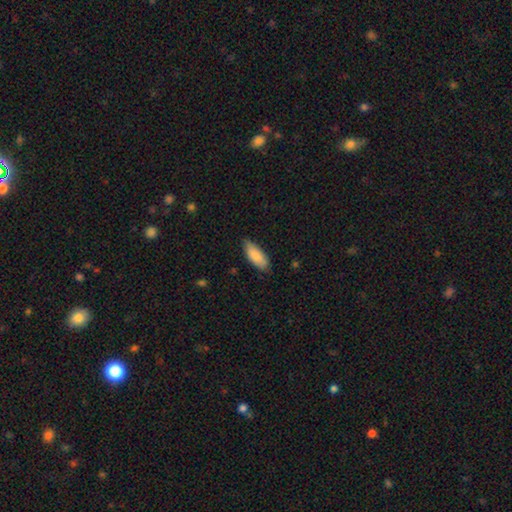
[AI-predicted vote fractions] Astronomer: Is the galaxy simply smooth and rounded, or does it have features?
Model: smooth — 88%.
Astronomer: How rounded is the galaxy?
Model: in between — 80%.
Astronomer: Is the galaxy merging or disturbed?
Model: none — 79%.